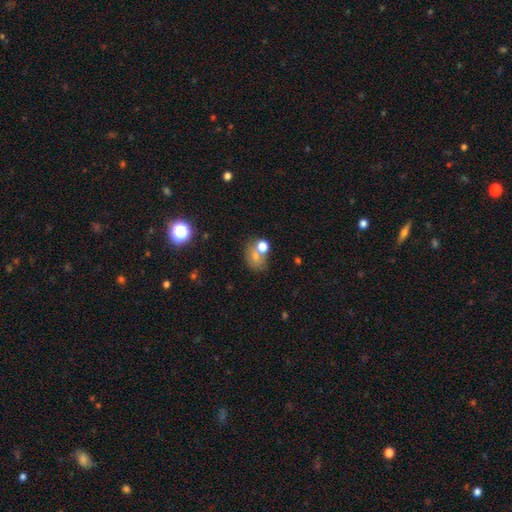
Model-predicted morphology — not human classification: Smooth or featured? Predicted: smooth (p=0.56). How rounded? Predicted: round (p=0.51). Merging? Predicted: none (p=0.48).